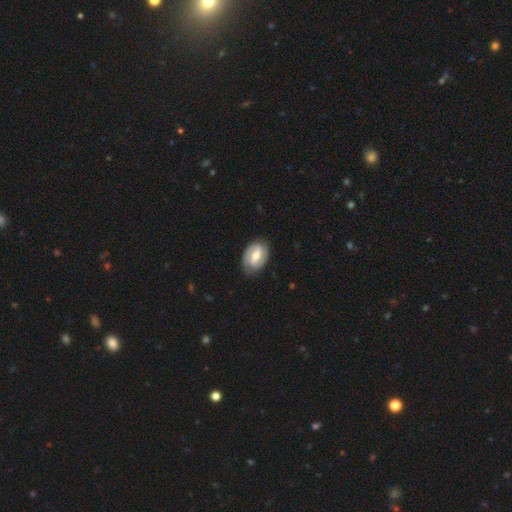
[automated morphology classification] smooth_or_featured: featured or disk (p=0.73) [alt: smooth p=0.22]
disk_edge_on: no (p=0.97) [alt: yes p=0.03]
bar: weak (p=0.47) [alt: strong p=0.34]
has_spiral_arms: yes (p=0.86) [alt: no p=0.14]
spiral_winding: medium (p=0.42) [alt: tight p=0.39]
spiral_arm_count: 2 (p=0.85) [alt: can't tell p=0.08]
bulge_size: moderate (p=0.67) [alt: small p=0.25]
merging: none (p=0.82) [alt: minor disturbance p=0.13]